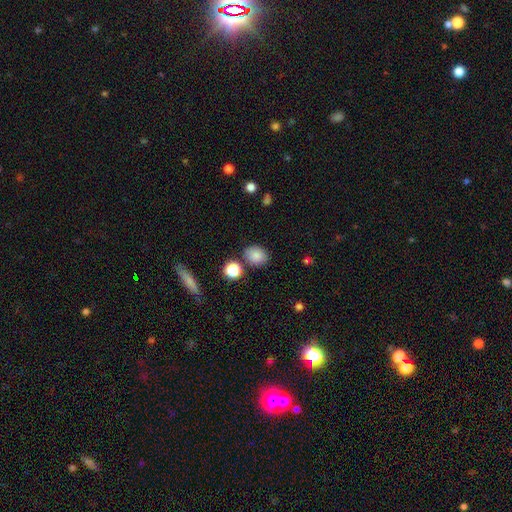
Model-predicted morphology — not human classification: smooth 83%, star or artifact 10%, featured or disk 6%. Down the decision tree: how rounded — in between (53%); merging — none (79%).